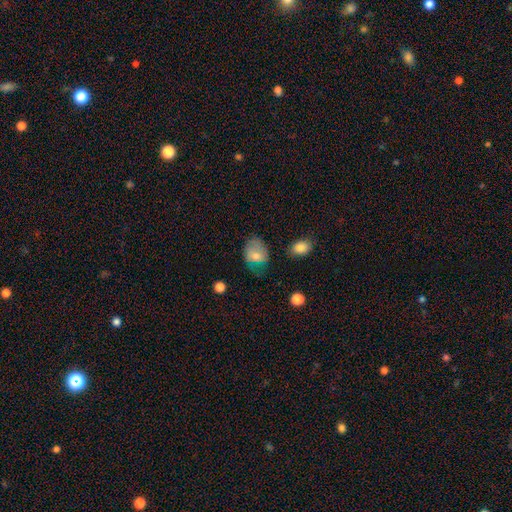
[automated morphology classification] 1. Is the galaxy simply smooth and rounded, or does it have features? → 70% smooth, 21% featured or disk, 9% star or artifact.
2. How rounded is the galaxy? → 63% in between, 36% round, 1% cigar-shaped.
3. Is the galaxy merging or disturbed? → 42% none, 35% minor disturbance, 20% major disturbance, 3% merger.